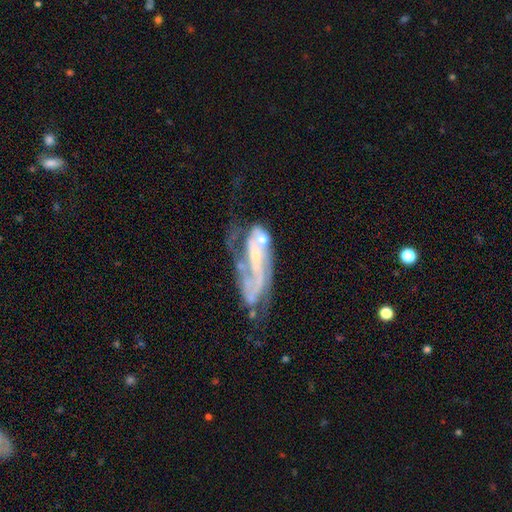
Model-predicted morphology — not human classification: A featured or disk galaxy (77%) with no bar (47%), 2 (45%) medium (37%) spiral arms (74%) and a small central bulge (44%). Merging: major disturbance (35%).